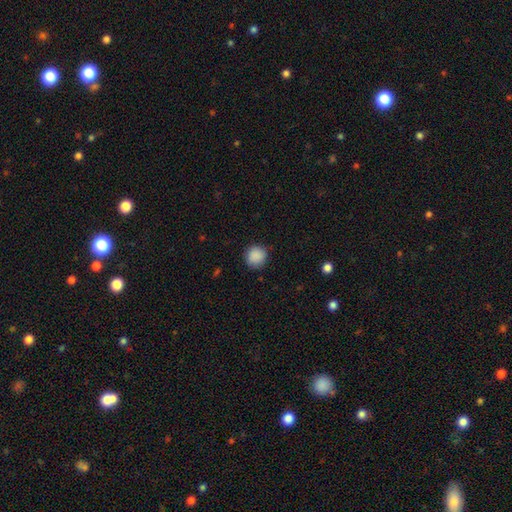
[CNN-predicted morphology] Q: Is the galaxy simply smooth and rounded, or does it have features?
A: smooth — 89%.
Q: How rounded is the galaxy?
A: round — 91%.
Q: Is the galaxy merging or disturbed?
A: none — 87%.